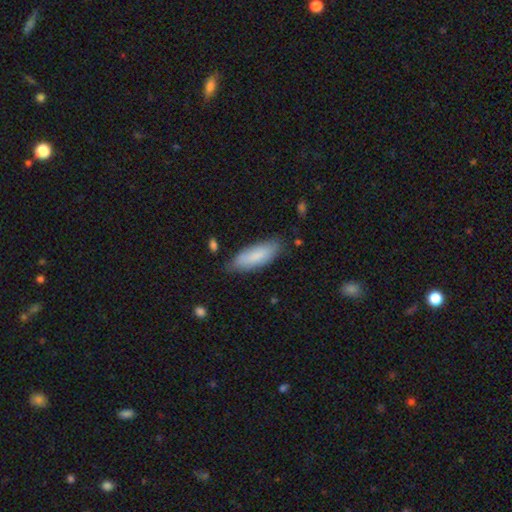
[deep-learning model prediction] A smooth galaxy with no disk features (82%) that is in between round and cigar-shaped (63%). Merging: none (77%).